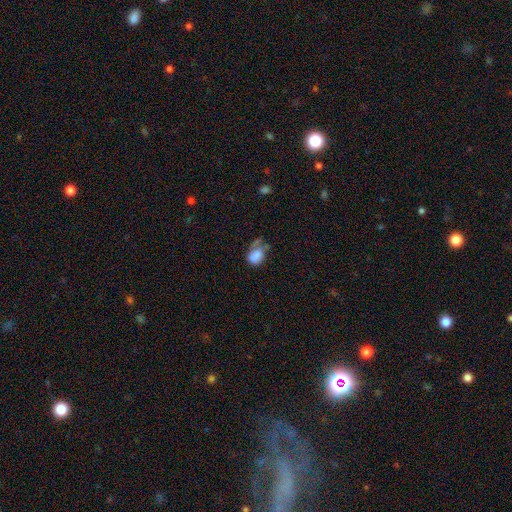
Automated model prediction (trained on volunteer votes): Smooth or featured: smooth — 72% (featured or disk — 18%)
How rounded: in between — 74% (round — 24%)
Merging: major disturbance — 33% (minor disturbance — 29%)